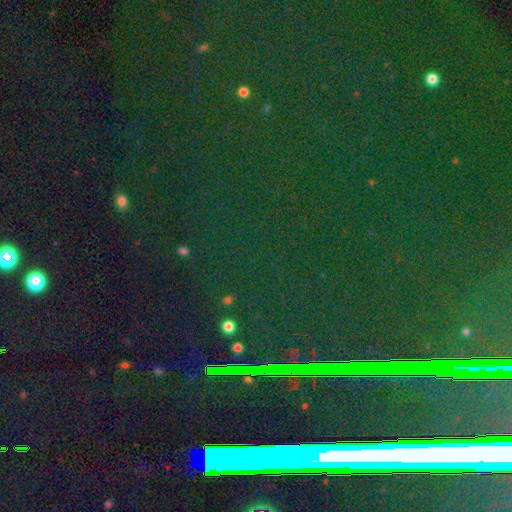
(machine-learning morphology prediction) type=star or artifact (79%).